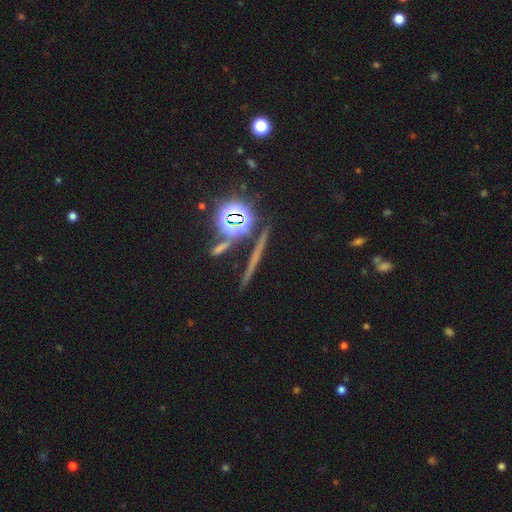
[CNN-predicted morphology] This appears to be a star or artifact, not a galaxy (53%).